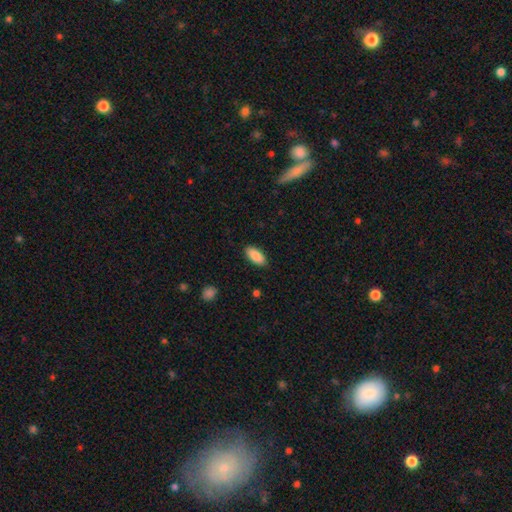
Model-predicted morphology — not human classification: The model was most divided on "how rounded": in between: 88%, cigar-shaped: 10%, round: 2%. More confident: smooth or featured — smooth (89%); merging — none (89%).